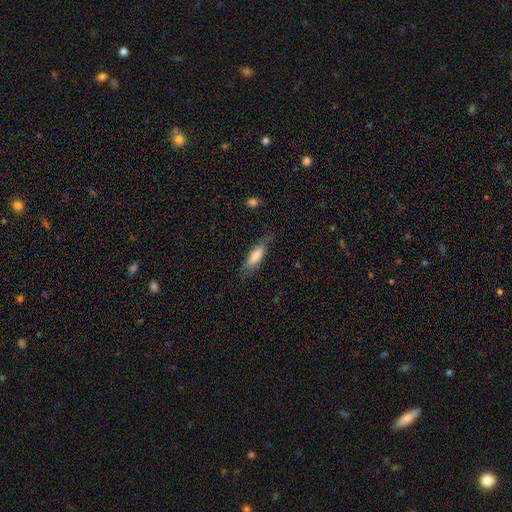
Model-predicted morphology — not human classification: A smooth galaxy with no disk features (72%) that is cigar-shaped (57%).

Vote fractions:
- Smooth or featured? smooth: 72% / featured or disk: 22% / star or artifact: 6%
- How rounded? cigar-shaped: 57% / in between: 41% / round: 2%
- Merging? none: 75% / minor disturbance: 18% / major disturbance: 5% / merger: 1%